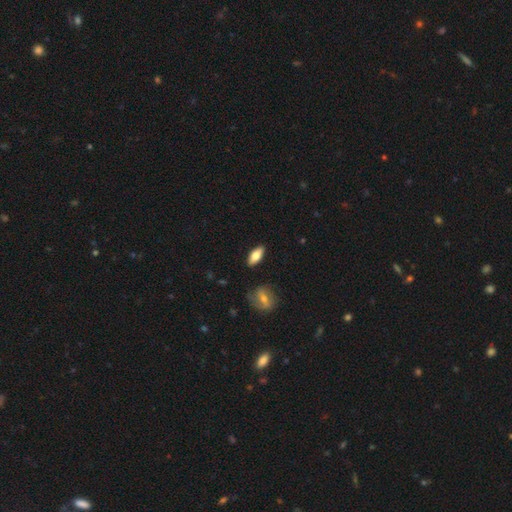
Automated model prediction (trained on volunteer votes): Smooth or featured? smooth (66%)
How rounded? in between (78%)
Merging? none (87%)